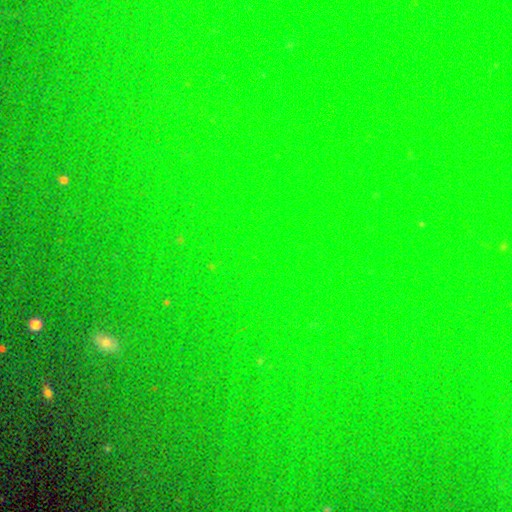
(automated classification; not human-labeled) Morphology: type=star or artifact (79%).